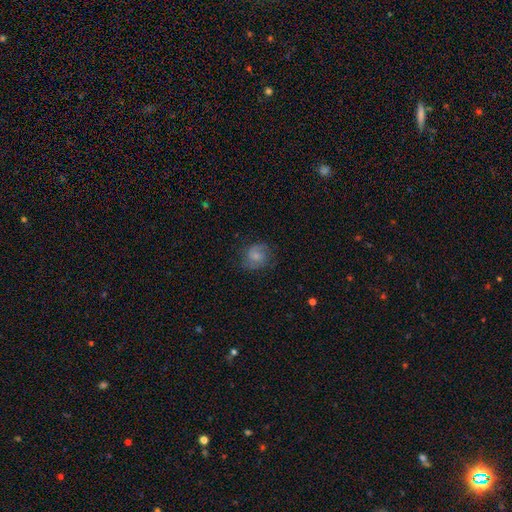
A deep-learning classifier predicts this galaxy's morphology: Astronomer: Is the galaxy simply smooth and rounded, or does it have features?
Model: smooth — 56% (runner-up: featured or disk, 35%).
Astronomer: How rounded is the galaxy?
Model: round — 67%.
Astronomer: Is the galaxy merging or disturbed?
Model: none — 66%.